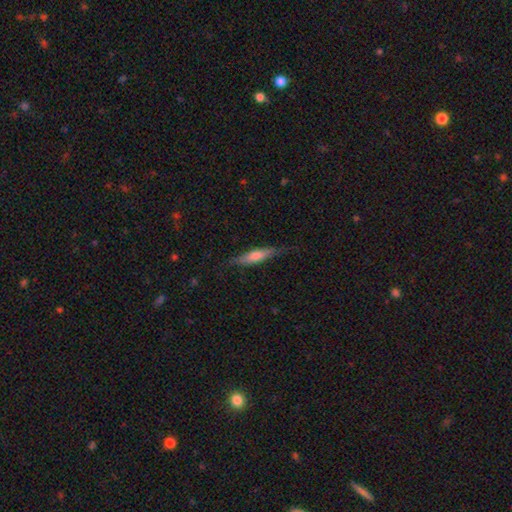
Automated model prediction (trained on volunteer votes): smooth 54%, featured or disk 40%, star or artifact 6%. Down the decision tree: how rounded — cigar-shaped (78%); merging — none (75%).